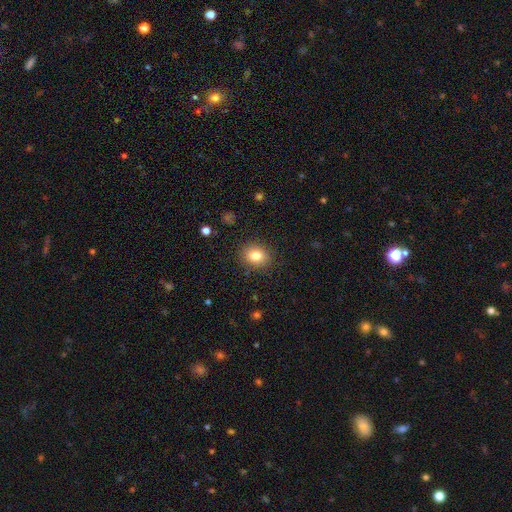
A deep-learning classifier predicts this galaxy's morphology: A smooth galaxy with no disk features (82%) that is round (56%). Merging: none (87%).